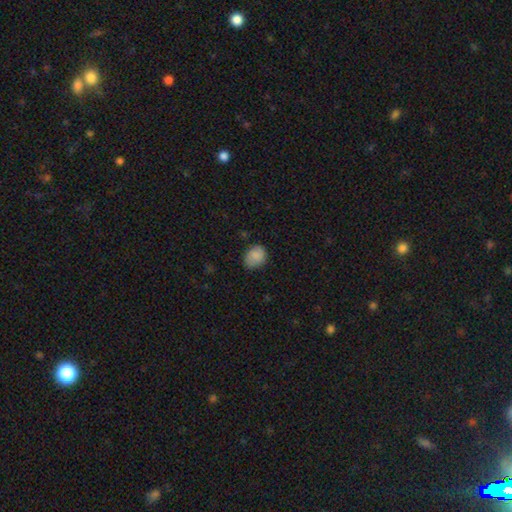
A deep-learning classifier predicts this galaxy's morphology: Smooth or featured?
  - smooth: 85% *
  - star or artifact: 8%
  - featured or disk: 7%
How rounded?
  - round: 51% *
  - in between: 48%
  - cigar-shaped: 1%
Merging?
  - none: 68% *
  - minor disturbance: 26%
  - major disturbance: 5%
  - merger: 1%